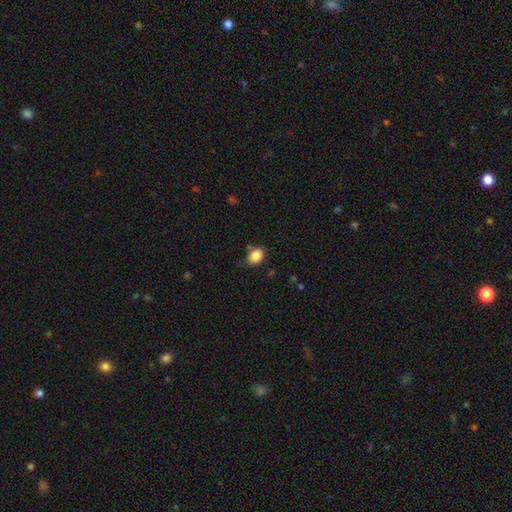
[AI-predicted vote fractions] Q: Smooth or featured?
A: smooth (86%); runner-up: star or artifact (9%)
Q: How rounded?
A: in between (68%); runner-up: round (31%)
Q: Merging?
A: none (73%); runner-up: minor disturbance (18%)